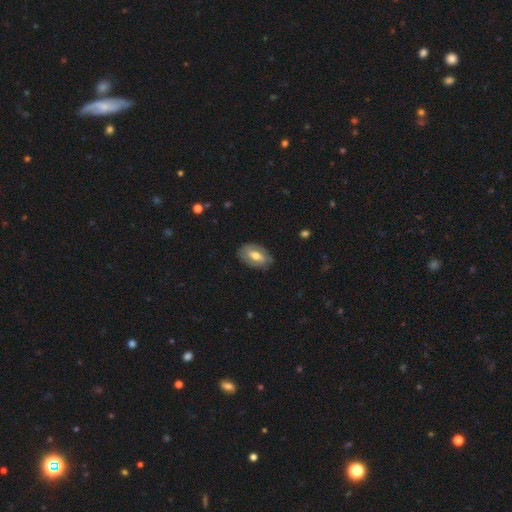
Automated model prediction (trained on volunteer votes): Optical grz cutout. It shows a featured or disk galaxy (50%). Merging: none (76%).